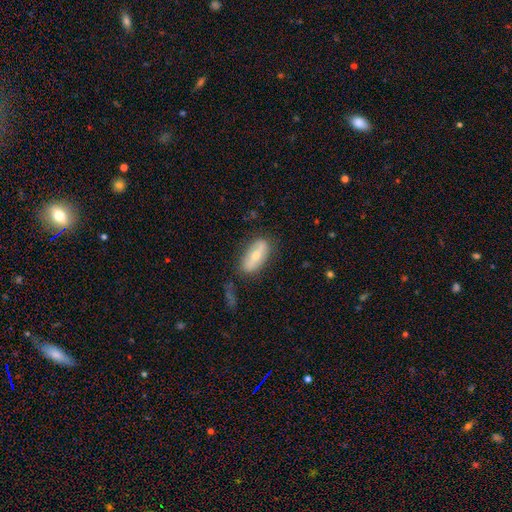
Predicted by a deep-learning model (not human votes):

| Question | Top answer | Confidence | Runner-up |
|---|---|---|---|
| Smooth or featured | smooth | 50% | featured or disk (44%) |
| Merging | none | 75% | minor disturbance (17%) |